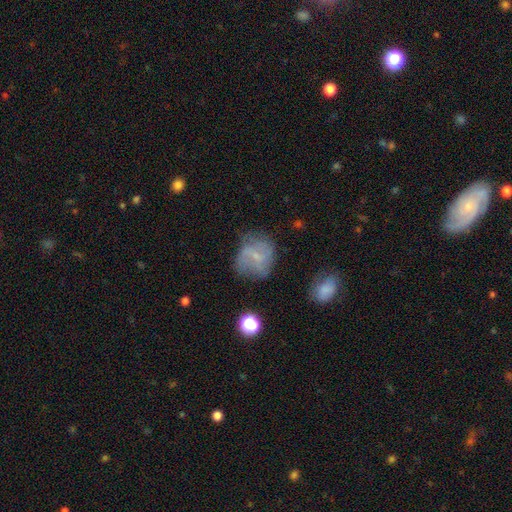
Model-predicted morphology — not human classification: A smooth galaxy with no disk features (46%). Merging: none (53%).